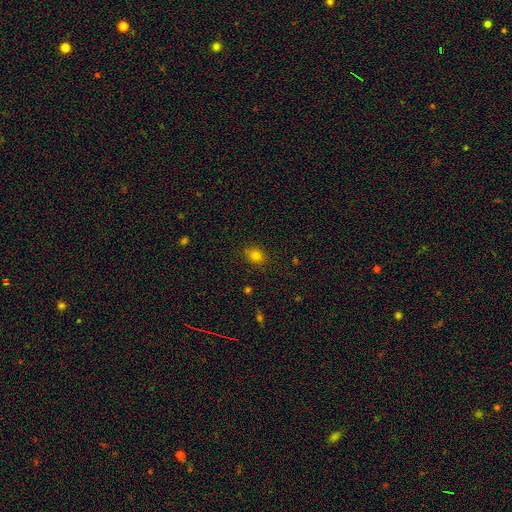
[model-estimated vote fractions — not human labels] Smooth or featured: smooth — 79% (star or artifact — 14%)
How rounded: in between — 49% (tied with round — 49%)
Merging: none — 86% (minor disturbance — 10%)